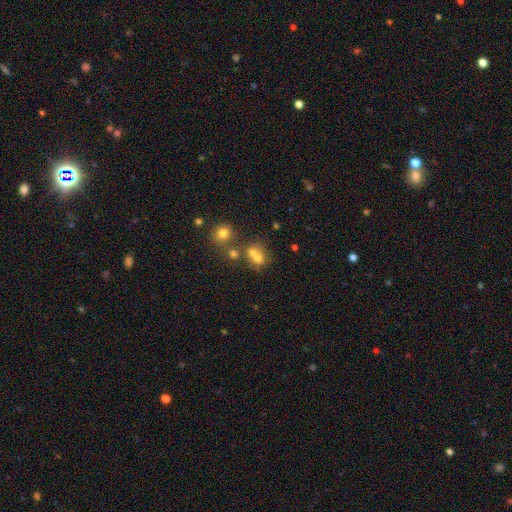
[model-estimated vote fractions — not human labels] Smooth or featured?
  - smooth: 65% *
  - star or artifact: 18%
  - featured or disk: 17%
How rounded?
  - round: 64% *
  - in between: 35%
  - cigar-shaped: 1%
Merging?
  - merger: 50% *
  - none: 35%
  - minor disturbance: 9%
  - major disturbance: 5%